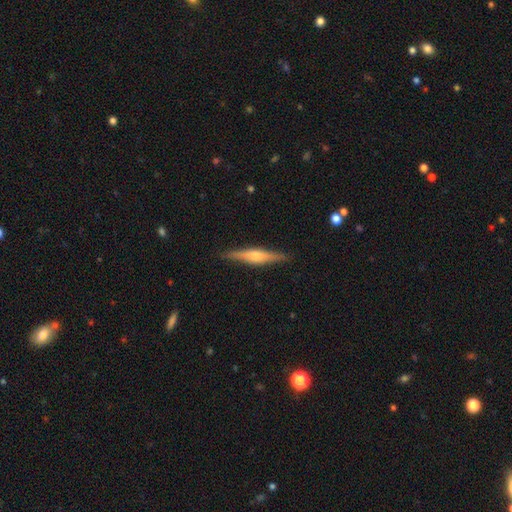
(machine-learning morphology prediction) Smooth or featured? featured or disk (63%)
Edge-on disk? yes (97%)
Edge-on bulge? rounded (82%)
Merging? none (90%)